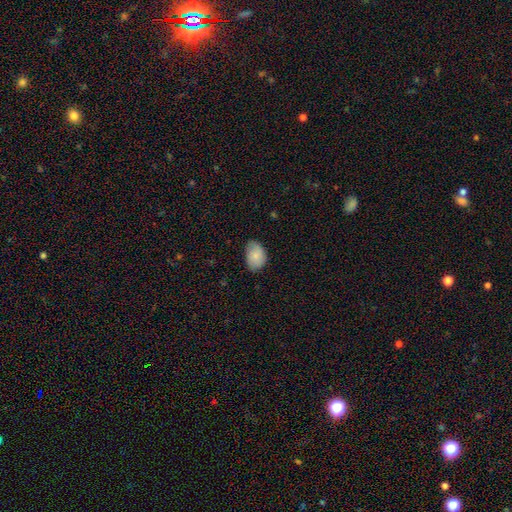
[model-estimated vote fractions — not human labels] smooth-or-featured: smooth: 81% | featured or disk: 13% | star or artifact: 6%
  how-rounded: in between: 84% | round: 15% | cigar-shaped: 1%
  merging: none: 69% | minor disturbance: 26% | major disturbance: 4% | merger: 1%